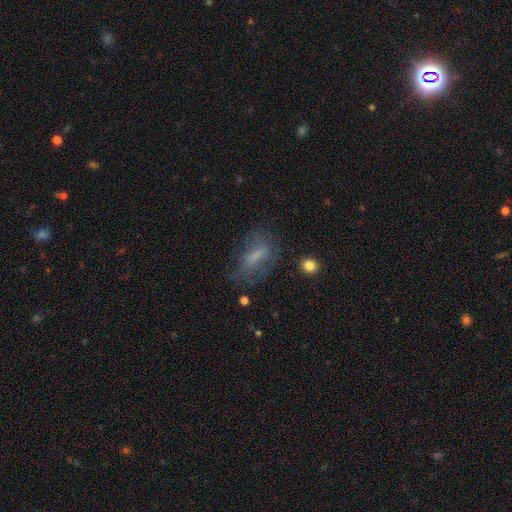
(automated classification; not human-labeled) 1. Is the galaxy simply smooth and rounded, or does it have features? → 52% smooth, 36% featured or disk, 13% star or artifact.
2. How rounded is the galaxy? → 68% in between, 25% cigar-shaped, 7% round.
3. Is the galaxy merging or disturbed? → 56% none, 24% minor disturbance, 18% major disturbance, 3% merger.